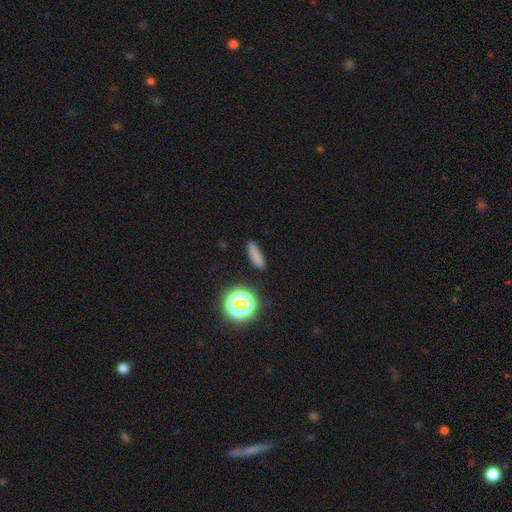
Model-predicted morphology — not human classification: Overall: smooth (75%). How rounded: cigar-shaped (74%). Merging: none (87%).